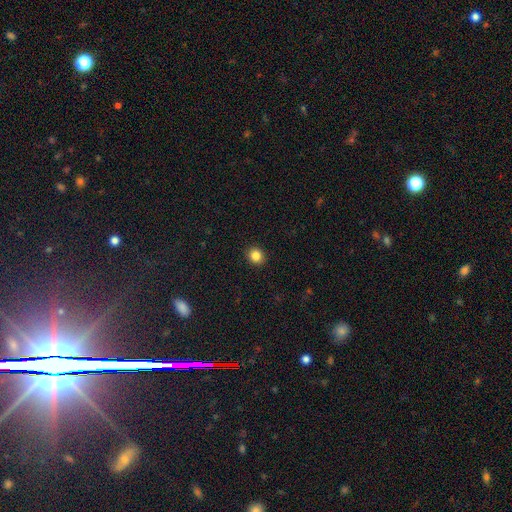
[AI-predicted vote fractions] This appears to be a smooth galaxy with no disk features (85%) that is round (81%). Merging: none (92%).